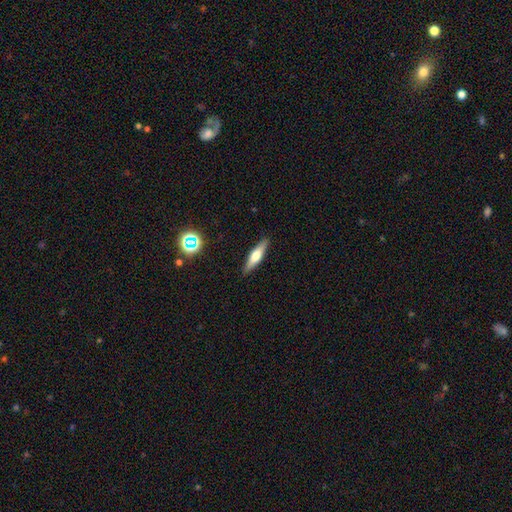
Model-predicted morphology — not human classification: Smooth or featured? Predicted: featured or disk (p=0.49). Merging? Predicted: none (p=0.89).